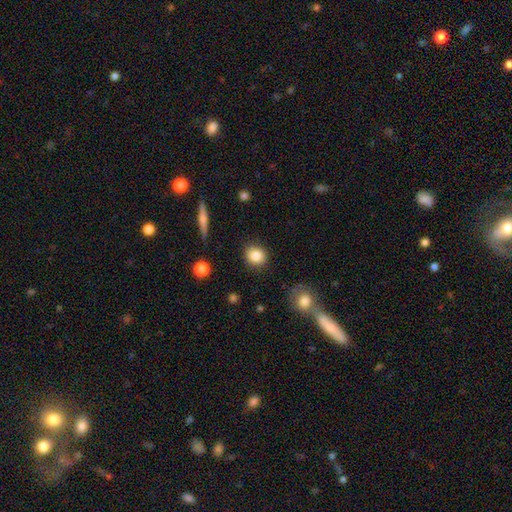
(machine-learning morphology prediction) A smooth galaxy with no disk features (85%) that is round (72%).

Vote fractions:
- Smooth or featured? smooth: 85% / star or artifact: 9% / featured or disk: 7%
- How rounded? round: 72% / in between: 26% / cigar-shaped: 1%
- Merging? none: 88% / minor disturbance: 8% / major disturbance: 2% / merger: 2%